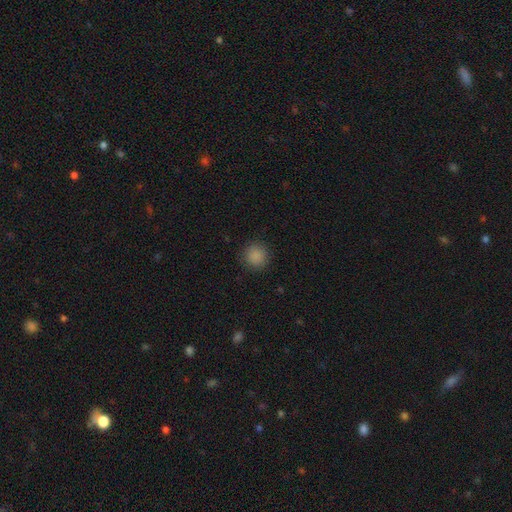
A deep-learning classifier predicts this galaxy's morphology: Smooth or featured: smooth — 87% (star or artifact — 10%)
How rounded: round — 92% (in between — 7%)
Merging: none — 89% (minor disturbance — 7%)